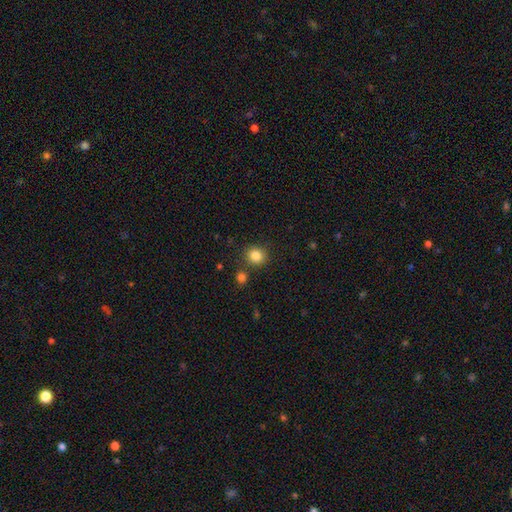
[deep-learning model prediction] Overall: smooth (84%). How rounded: round (85%). Merging: none (83%).